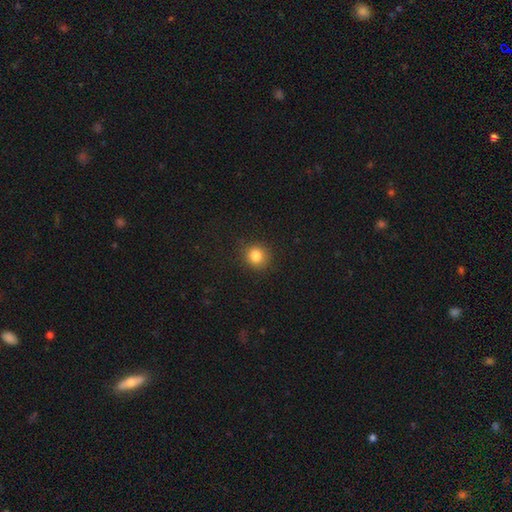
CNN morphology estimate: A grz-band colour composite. It shows a smooth galaxy with no disk features (83%) that is round (90%). Merging: none (89%).